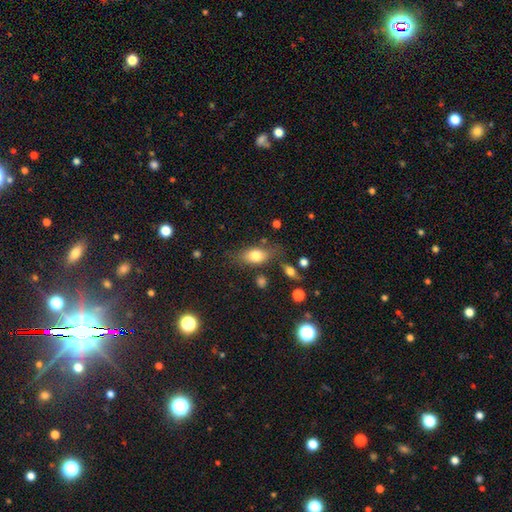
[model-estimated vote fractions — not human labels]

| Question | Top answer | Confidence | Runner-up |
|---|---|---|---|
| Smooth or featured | smooth | 77% | featured or disk (15%) |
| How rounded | in between | 84% | round (9%) |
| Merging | none | 69% | minor disturbance (18%) |